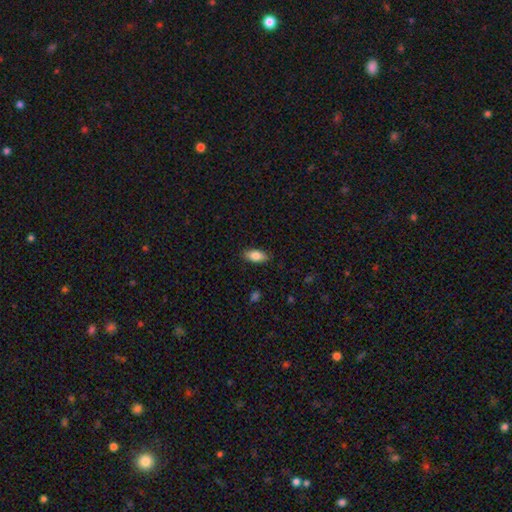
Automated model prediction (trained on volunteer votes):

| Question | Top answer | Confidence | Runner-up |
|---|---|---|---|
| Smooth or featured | smooth | 83% | featured or disk (10%) |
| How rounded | in between | 89% | cigar-shaped (8%) |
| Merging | none | 87% | minor disturbance (10%) |